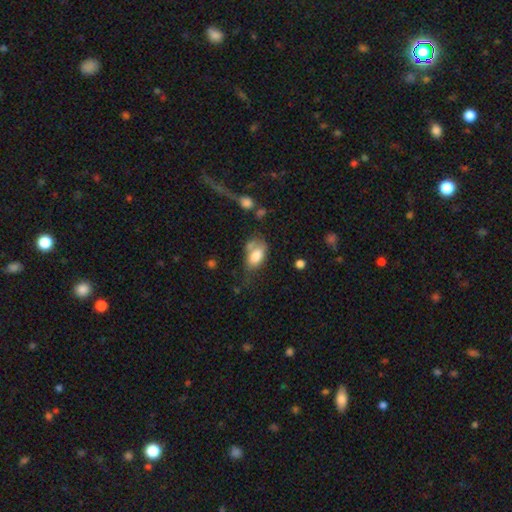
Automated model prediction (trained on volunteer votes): smooth_or_featured: smooth (p=0.77) [alt: featured or disk p=0.14]
how_rounded: in between (p=0.90) [alt: round p=0.08]
merging: none (p=0.35) [alt: minor disturbance p=0.26]